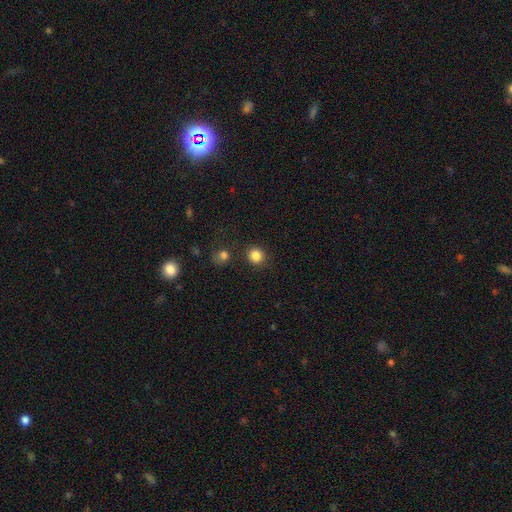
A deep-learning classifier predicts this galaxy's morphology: Smooth or featured?
  - smooth: 85% *
  - star or artifact: 11%
  - featured or disk: 4%
How rounded?
  - round: 88% *
  - in between: 11%
  - cigar-shaped: 1%
Merging?
  - none: 85% *
  - minor disturbance: 8%
  - merger: 5%
  - major disturbance: 3%